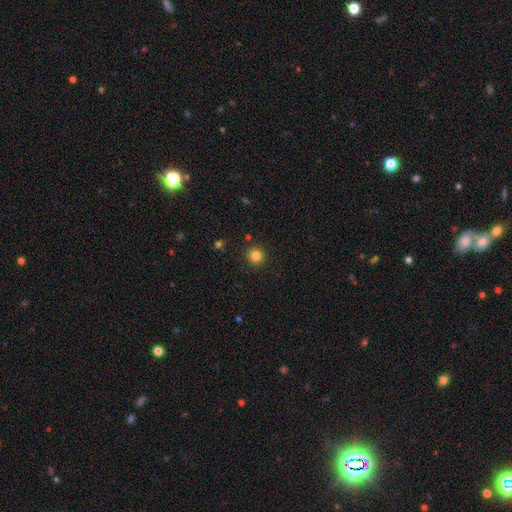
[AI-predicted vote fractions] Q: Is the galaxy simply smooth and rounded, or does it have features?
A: smooth — 82%.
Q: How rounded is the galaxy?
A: round — 95%.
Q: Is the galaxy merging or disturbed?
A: none — 92%.